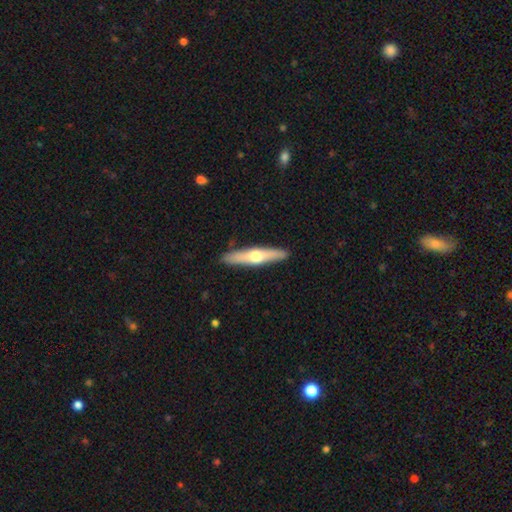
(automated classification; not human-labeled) Smooth or featured? featured or disk (55%)
Edge-on disk? yes (93%)
Edge-on bulge? rounded (92%)
Merging? none (91%)